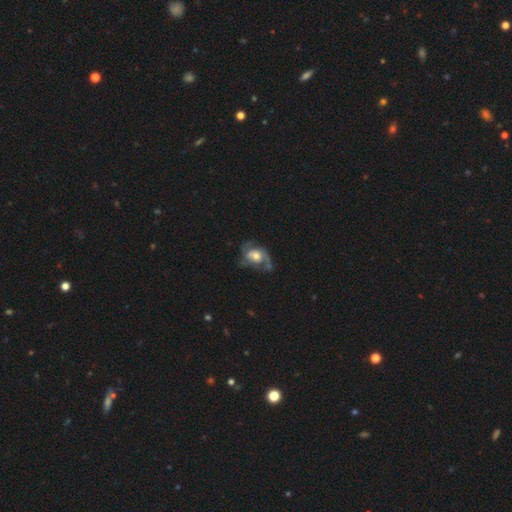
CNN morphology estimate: This is likely a featured or disk galaxy (73%). It is clearly not viewed edge-on (97%). Bar: likely no (66%). Spiral arm pattern: clearly yes (85%). Spiral arm count: likely 2 (62%). Spiral winding: marginally medium (43%). Central bulge: possibly moderate (57%). Merging: possibly none (50%).